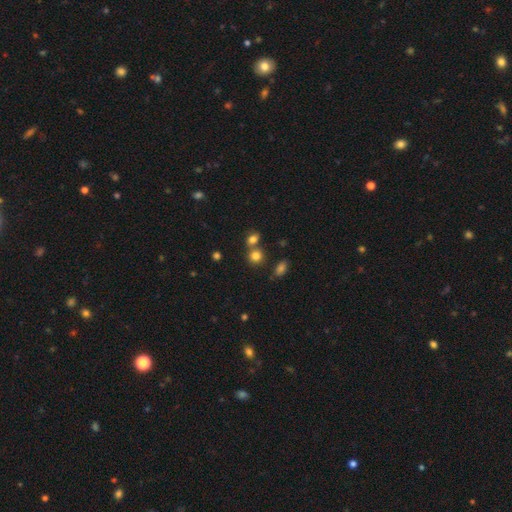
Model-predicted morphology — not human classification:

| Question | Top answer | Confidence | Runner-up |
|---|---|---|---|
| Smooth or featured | smooth | 80% | star or artifact (13%) |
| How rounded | round | 78% | in between (20%) |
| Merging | none | 57% | merger (30%) |